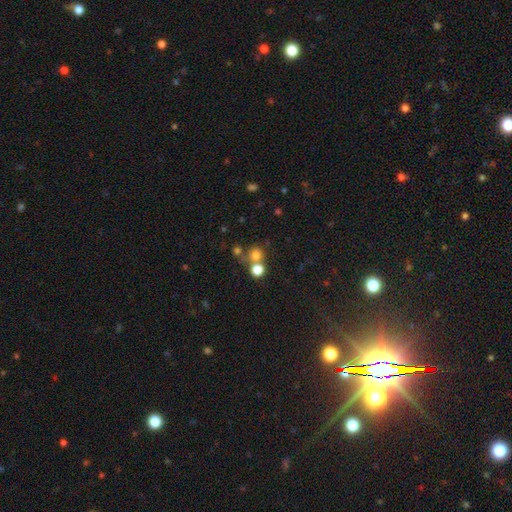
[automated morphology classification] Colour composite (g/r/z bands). It shows a smooth galaxy with no disk features (73%) that is round (89%). Merging: none (58%).